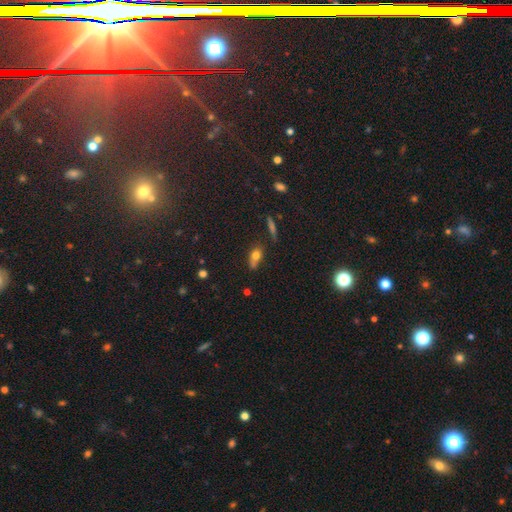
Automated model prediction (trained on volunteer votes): Morphology: type=smooth (69%); roundness=in between (60%); merging=none (48%).